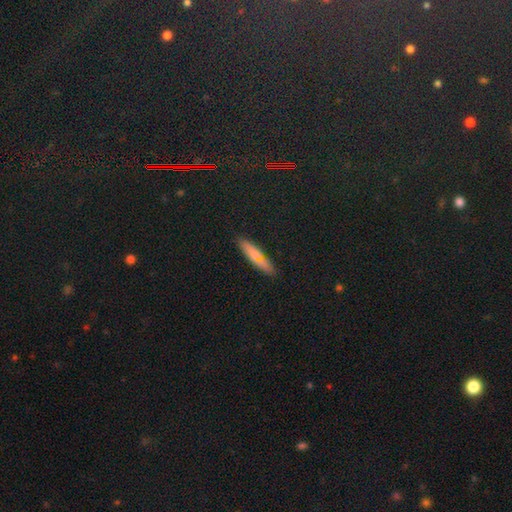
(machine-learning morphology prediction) Smooth or featured: smooth — 70% (featured or disk — 21%)
How rounded: cigar-shaped — 79% (in between — 19%)
Merging: none — 83% (minor disturbance — 12%)